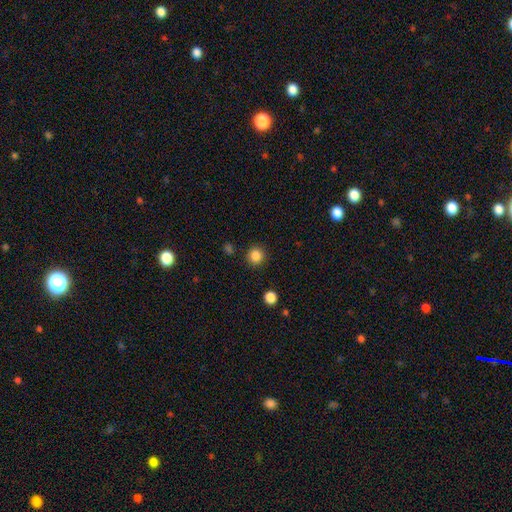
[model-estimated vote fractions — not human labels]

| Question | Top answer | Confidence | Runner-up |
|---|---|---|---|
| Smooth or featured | smooth | 85% | star or artifact (12%) |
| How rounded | round | 93% | in between (6%) |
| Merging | none | 90% | minor disturbance (6%) |